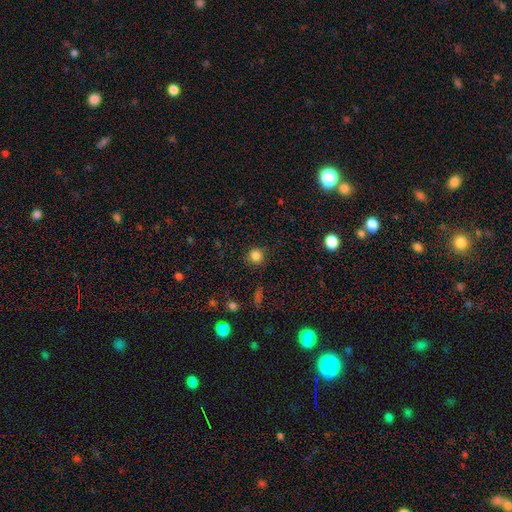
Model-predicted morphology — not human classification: A smooth galaxy with no disk features (83%) that is round (93%).

Vote fractions:
- Smooth or featured? smooth: 83% / star or artifact: 12% / featured or disk: 4%
- How rounded? round: 93% / in between: 6% / cigar-shaped: 1%
- Merging? none: 89% / minor disturbance: 7% / major disturbance: 2% / merger: 1%